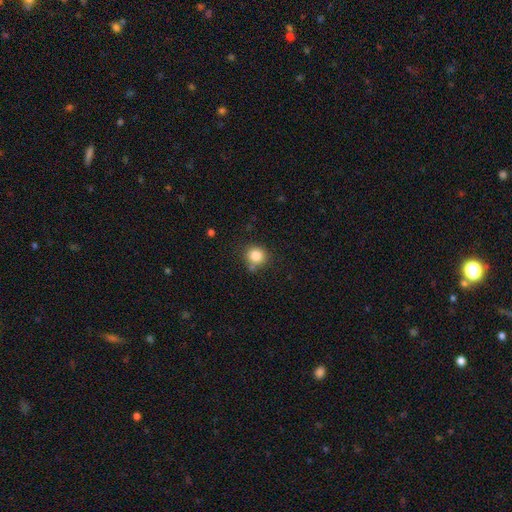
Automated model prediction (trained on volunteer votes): This is clearly a smooth galaxy (84%). How rounded: clearly round (88%). Merging: likely none (73%).